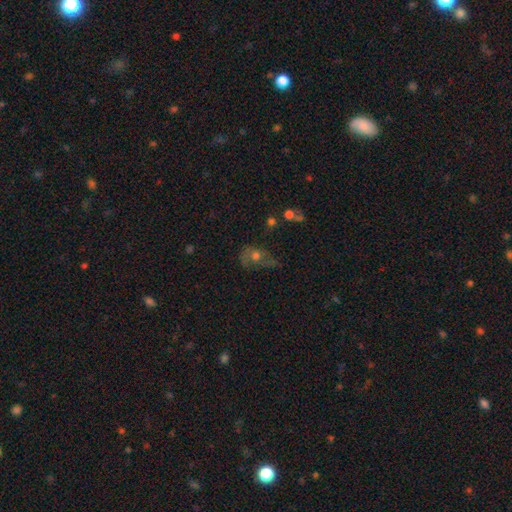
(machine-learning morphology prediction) Smooth or featured? smooth (41%)
Merging? none (37%)